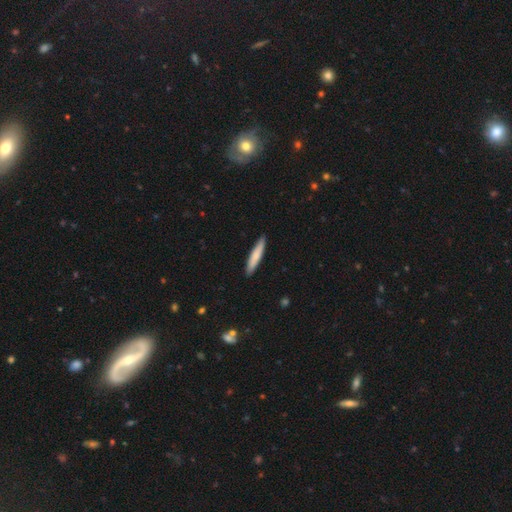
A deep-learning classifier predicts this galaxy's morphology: Q: Smooth or featured?
A: smooth (76%); runner-up: featured or disk (19%)
Q: How rounded?
A: cigar-shaped (90%); runner-up: in between (9%)
Q: Merging?
A: none (90%); runner-up: minor disturbance (8%)